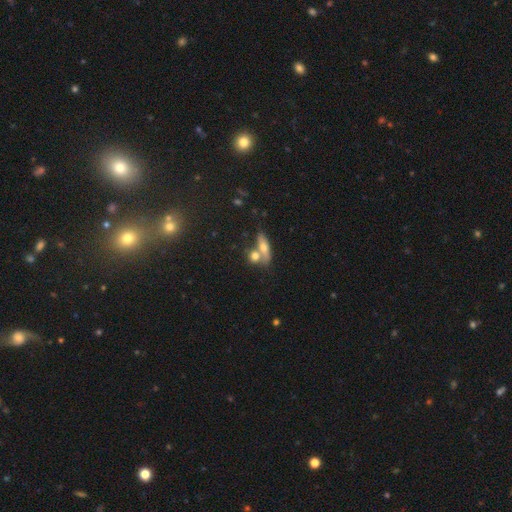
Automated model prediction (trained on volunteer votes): A smooth galaxy with no disk features (65%) that is in between round and cigar-shaped (44%). Merging: none (44%).